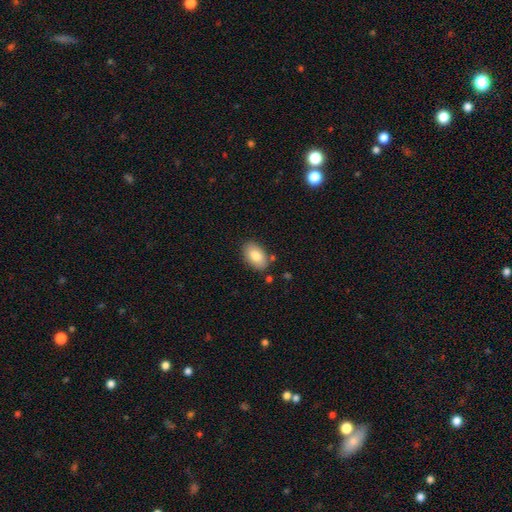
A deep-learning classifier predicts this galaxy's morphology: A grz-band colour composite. It shows a smooth galaxy with no disk features (83%) that is in between round and cigar-shaped (92%). Merging: none (82%).